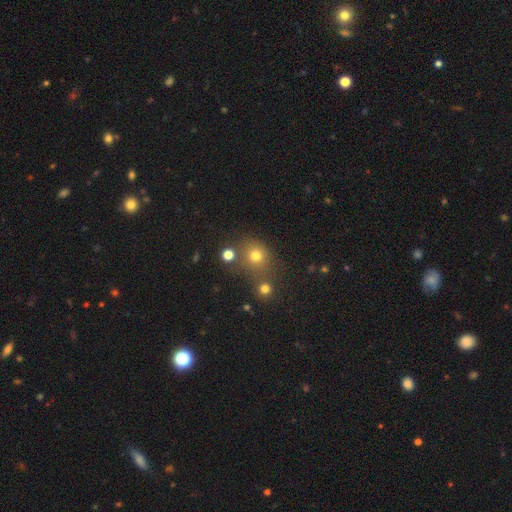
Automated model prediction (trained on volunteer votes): A smooth galaxy with no disk features (73%) that is round (82%).

Vote fractions:
- Smooth or featured? smooth: 73% / star or artifact: 18% / featured or disk: 9%
- How rounded? round: 82% / in between: 17% / cigar-shaped: 1%
- Merging? none: 65% / merger: 19% / minor disturbance: 11% / major disturbance: 5%